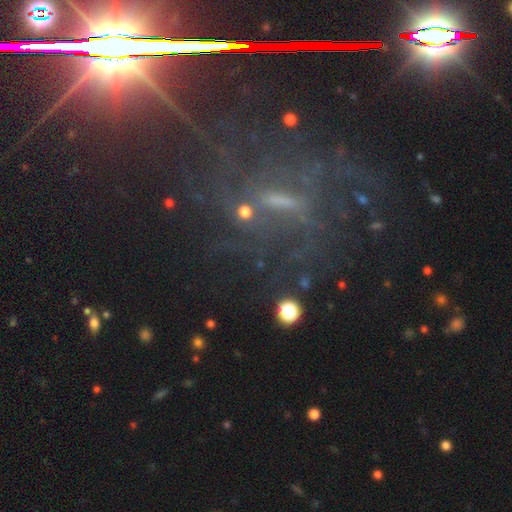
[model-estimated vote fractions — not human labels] smooth-or-featured: star or artifact: 52% | featured or disk: 34% | smooth: 14%